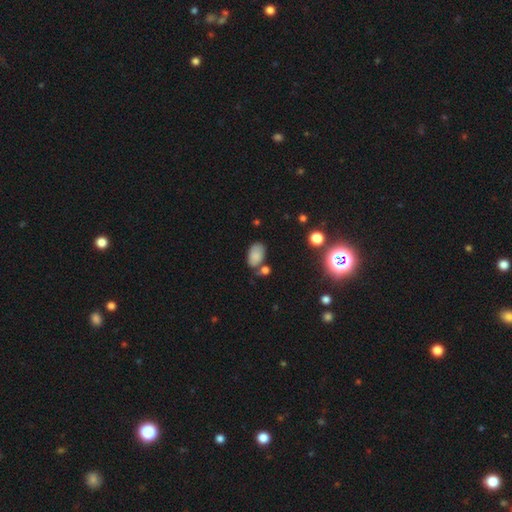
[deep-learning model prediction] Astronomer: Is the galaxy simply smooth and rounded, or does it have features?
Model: smooth — 82%.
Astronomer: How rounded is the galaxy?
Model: in between — 93%.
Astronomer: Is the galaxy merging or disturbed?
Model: none — 61%.